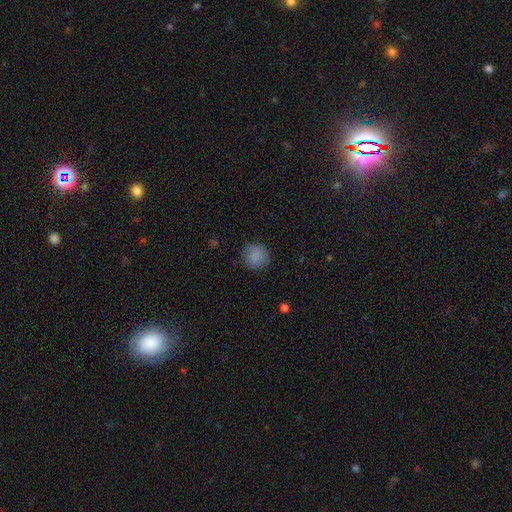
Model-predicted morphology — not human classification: type=smooth (86%); roundness=round (90%); merging=none (84%).